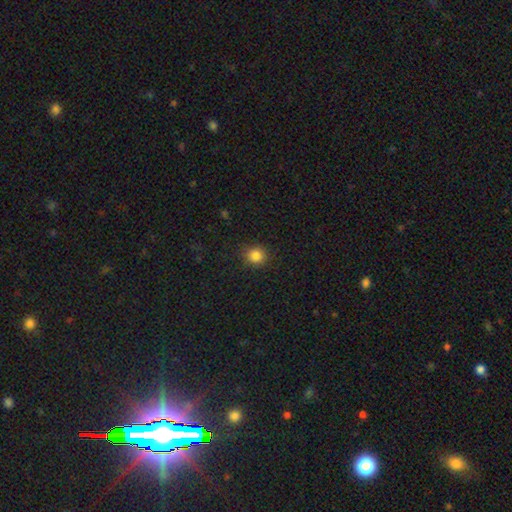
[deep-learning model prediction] smooth 84%, star or artifact 12%, featured or disk 4%. Down the decision tree: how rounded — round (86%); merging — none (88%).